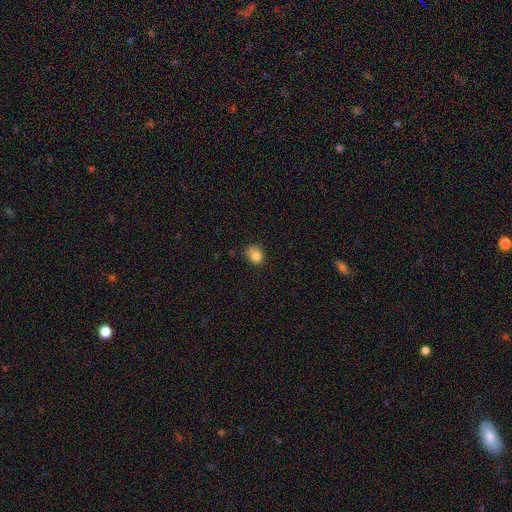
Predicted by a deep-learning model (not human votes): A smooth galaxy with no disk features (83%) that is round (67%).

Vote fractions:
- Smooth or featured? smooth: 83% / star or artifact: 11% / featured or disk: 6%
- How rounded? round: 67% / in between: 32% / cigar-shaped: 1%
- Merging? none: 66% / minor disturbance: 26% / major disturbance: 6% / merger: 2%